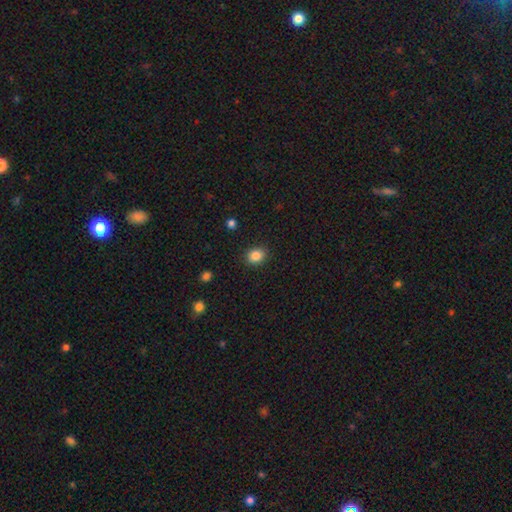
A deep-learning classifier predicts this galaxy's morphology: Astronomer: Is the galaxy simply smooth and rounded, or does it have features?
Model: smooth — 85%.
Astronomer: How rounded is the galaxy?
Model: round — 57% (runner-up: in between, 42%).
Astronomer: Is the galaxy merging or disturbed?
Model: none — 89%.